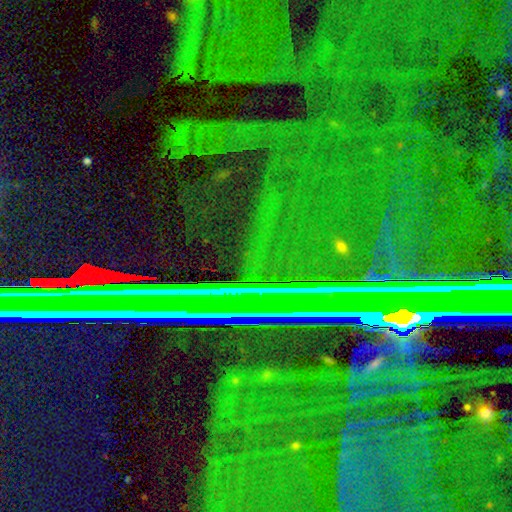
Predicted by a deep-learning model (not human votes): smooth_or_featured: star or artifact (p=0.86) [alt: featured or disk p=0.09]